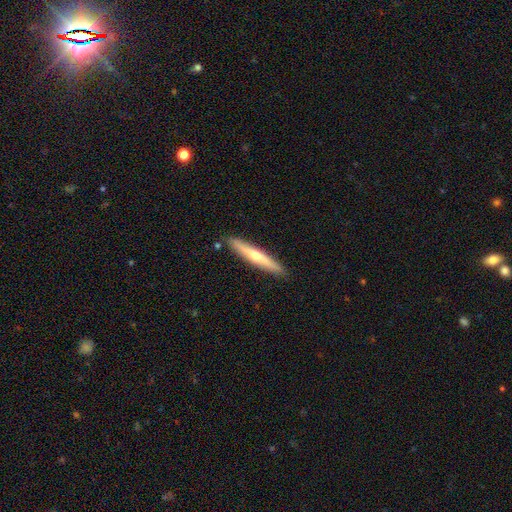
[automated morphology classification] Overall: featured or disk (54%; smooth 40%). Edge-on disk: yes (94%). Edge-on bulge: rounded (81%). Merging: none (89%).